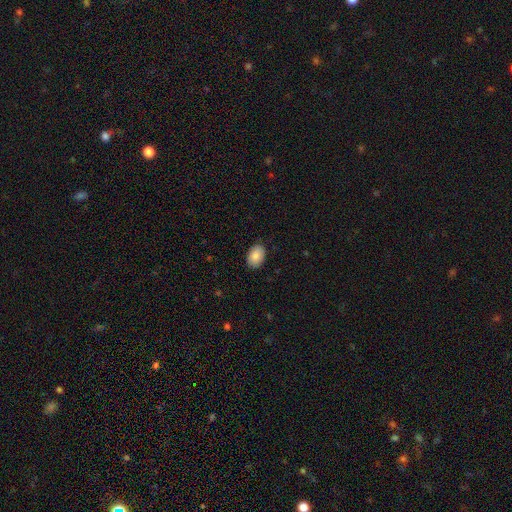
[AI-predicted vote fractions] This appears to be a smooth galaxy with no disk features (88%) that is in between round and cigar-shaped (87%). Merging: none (88%).